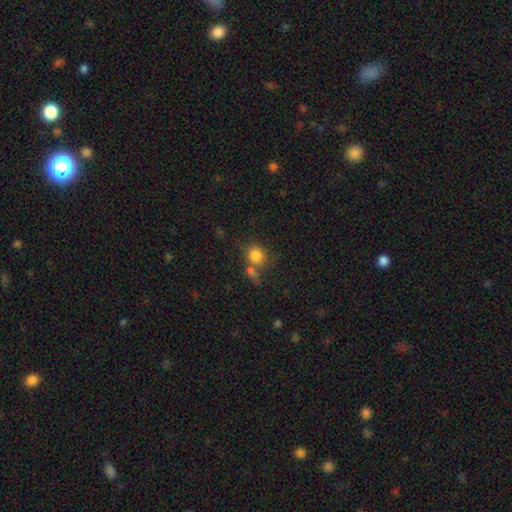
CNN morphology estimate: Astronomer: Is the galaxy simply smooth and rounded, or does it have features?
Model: smooth — 83%.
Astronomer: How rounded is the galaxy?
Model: round — 84%.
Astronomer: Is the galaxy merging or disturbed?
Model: none — 53% (runner-up: merger, 29%).